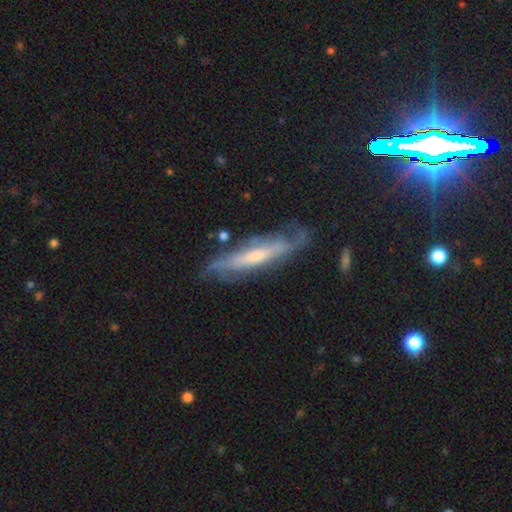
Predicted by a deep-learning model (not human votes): This appears to be a featured or disk galaxy (72%). Merging: none (67%).